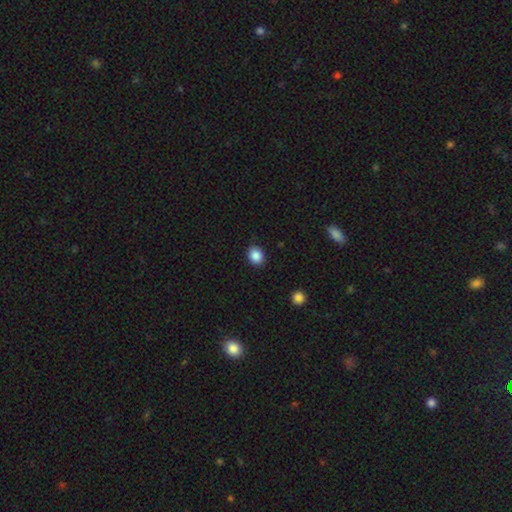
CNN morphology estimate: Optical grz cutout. It shows a smooth galaxy with no disk features (87%) that is round (61%). Merging: none (88%).